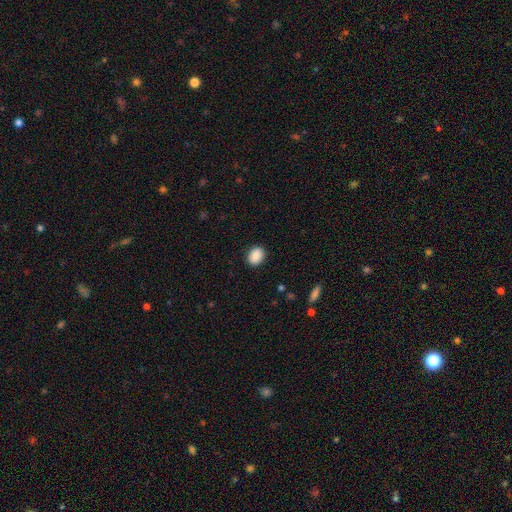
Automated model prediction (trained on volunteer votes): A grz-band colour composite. It shows a smooth galaxy with no disk features (89%) that is in between round and cigar-shaped (60%). Merging: none (89%).